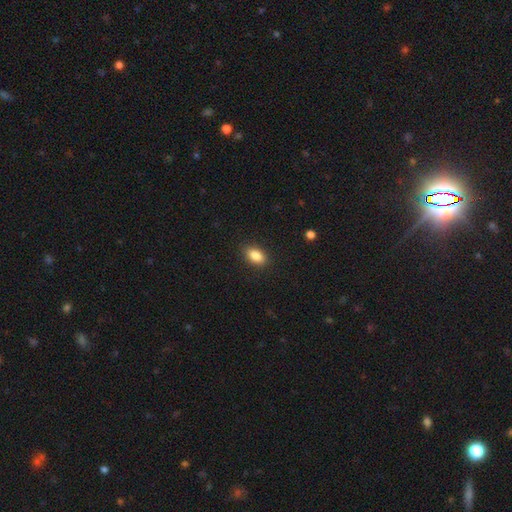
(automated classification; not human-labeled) This is clearly a smooth galaxy (86%). How rounded: clearly in between (88%). Merging: clearly none (88%).